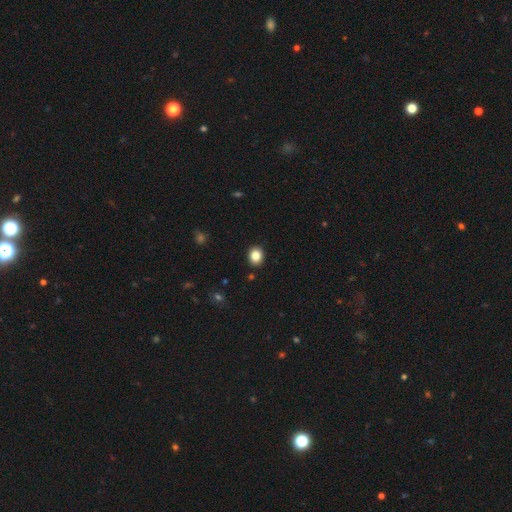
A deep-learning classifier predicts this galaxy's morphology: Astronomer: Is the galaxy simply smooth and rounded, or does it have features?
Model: smooth — 85%.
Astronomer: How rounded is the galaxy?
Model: round — 67%.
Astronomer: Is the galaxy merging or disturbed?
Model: none — 91%.